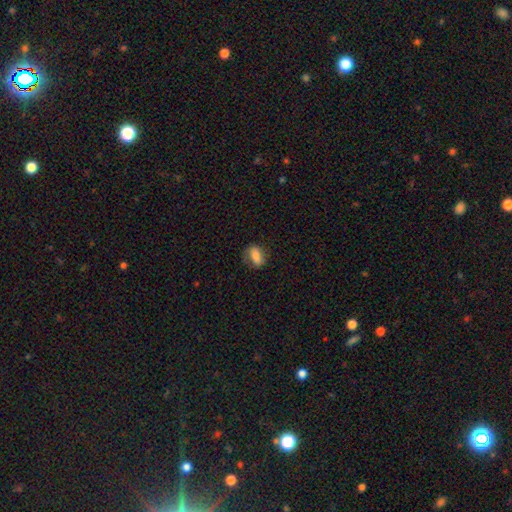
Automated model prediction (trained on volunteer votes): Q: Smooth or featured?
A: smooth (70%); runner-up: featured or disk (22%)
Q: How rounded?
A: in between (79%); runner-up: round (15%)
Q: Merging?
A: none (68%); runner-up: minor disturbance (21%)